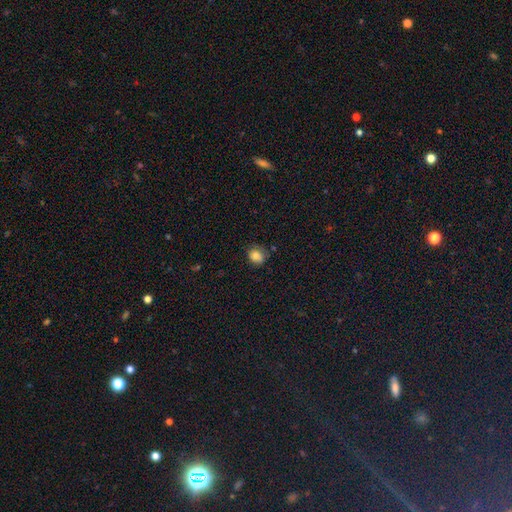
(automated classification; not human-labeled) Q: Smooth or featured?
A: smooth (80%); runner-up: star or artifact (11%)
Q: How rounded?
A: round (66%); runner-up: in between (33%)
Q: Merging?
A: none (71%); runner-up: minor disturbance (21%)